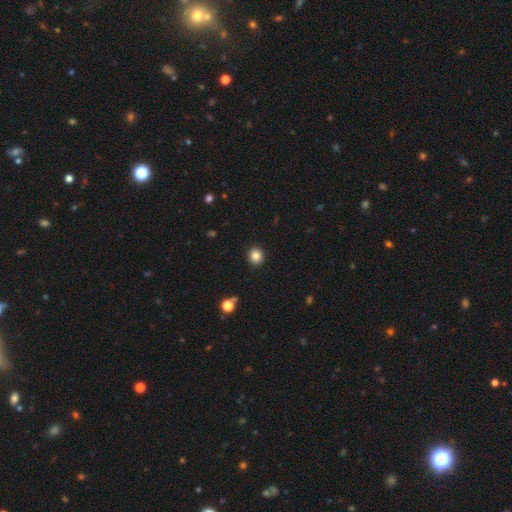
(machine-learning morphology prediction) Q: Smooth or featured?
A: smooth (85%); runner-up: star or artifact (11%)
Q: How rounded?
A: round (85%); runner-up: in between (14%)
Q: Merging?
A: none (92%); runner-up: minor disturbance (5%)